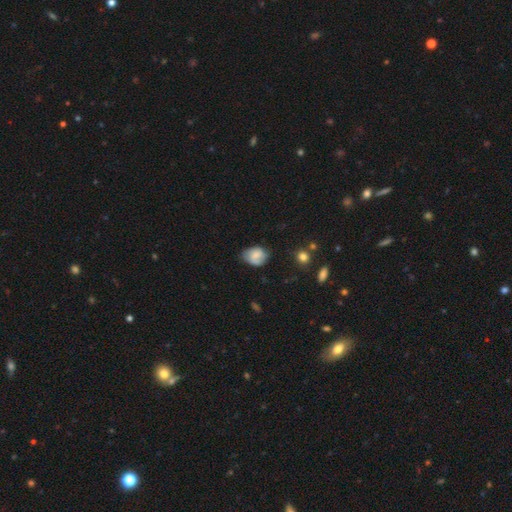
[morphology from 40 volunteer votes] Volunteers were most divided on "merging": none: 53%, minor disturbance: 36%, major disturbance: 6%, merger: 6%. More confident: smooth or featured — smooth (70%); how rounded — in between (64%).